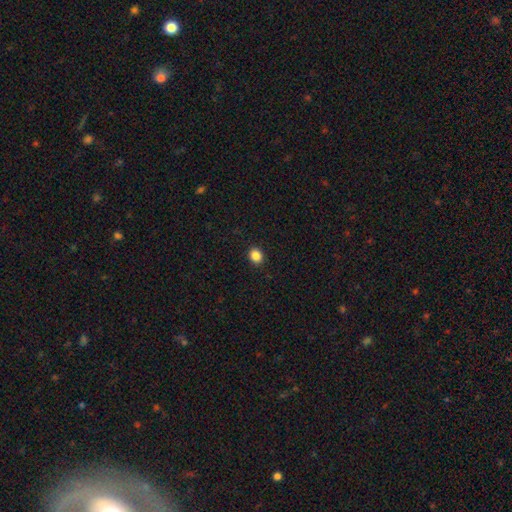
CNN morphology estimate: Smooth or featured? Predicted: smooth (p=0.86). How rounded? Predicted: round (p=0.71). Merging? Predicted: none (p=0.92).